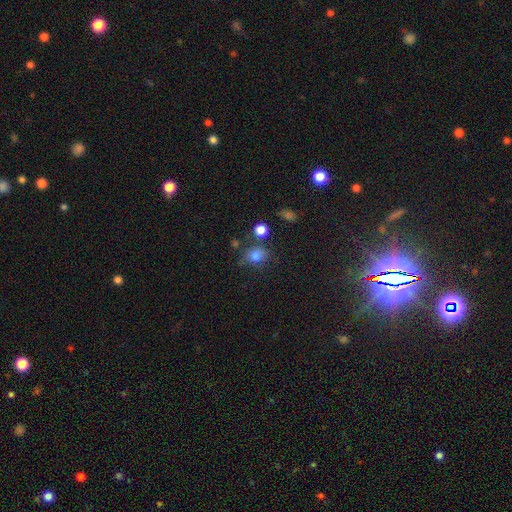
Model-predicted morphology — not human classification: Smooth or featured? Predicted: smooth (p=0.77). How rounded? Predicted: round (p=0.59). Merging? Predicted: none (p=0.64).